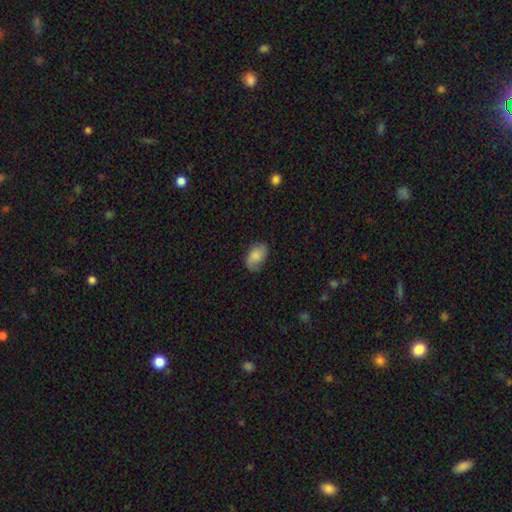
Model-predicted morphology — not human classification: Q: Smooth or featured?
A: smooth (75%); runner-up: featured or disk (18%)
Q: How rounded?
A: in between (90%); runner-up: round (8%)
Q: Merging?
A: none (71%); runner-up: minor disturbance (22%)